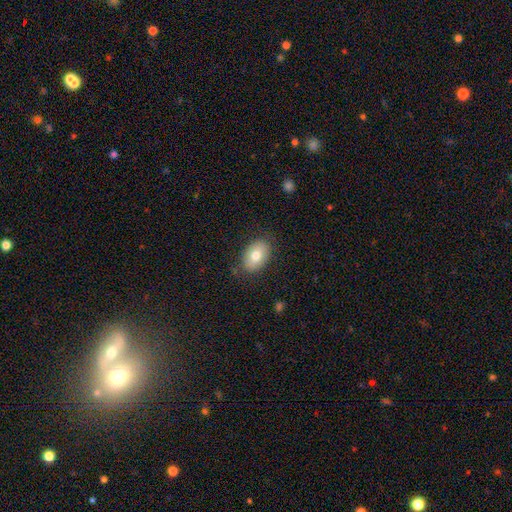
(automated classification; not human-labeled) A smooth galaxy with no disk features (76%) that is in between round and cigar-shaped (86%). Merging: none (82%).